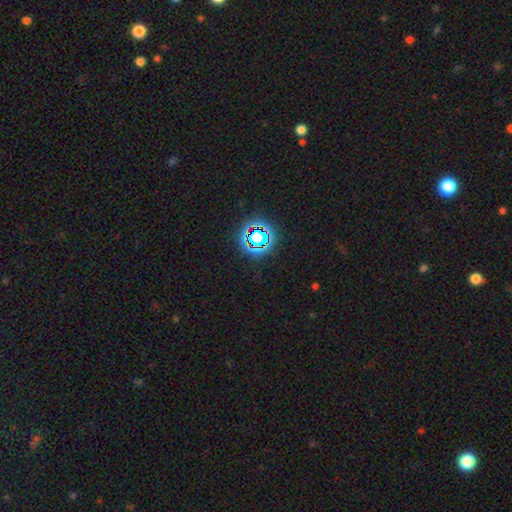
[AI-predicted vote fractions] star or artifact 78%, smooth 14%, featured or disk 7%.